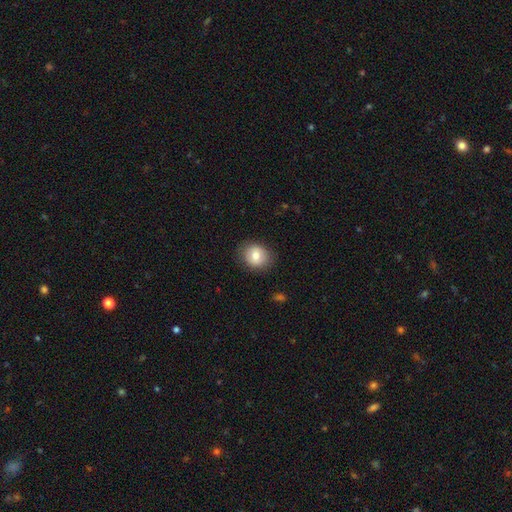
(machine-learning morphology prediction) smooth_or_featured: smooth (p=0.76) [alt: featured or disk p=0.15]
how_rounded: round (p=0.69) [alt: in between p=0.30]
merging: none (p=0.85) [alt: minor disturbance p=0.11]